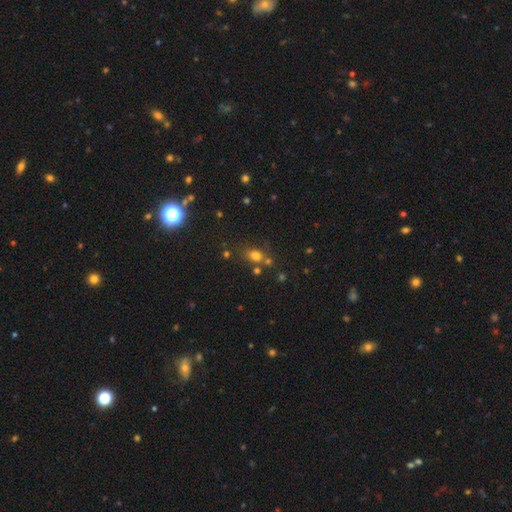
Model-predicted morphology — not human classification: smooth-or-featured: smooth: 71% | star or artifact: 20% | featured or disk: 9%
  how-rounded: round: 50% | in between: 49% | cigar-shaped: 2%
  merging: none: 63% | merger: 17% | minor disturbance: 15% | major disturbance: 6%